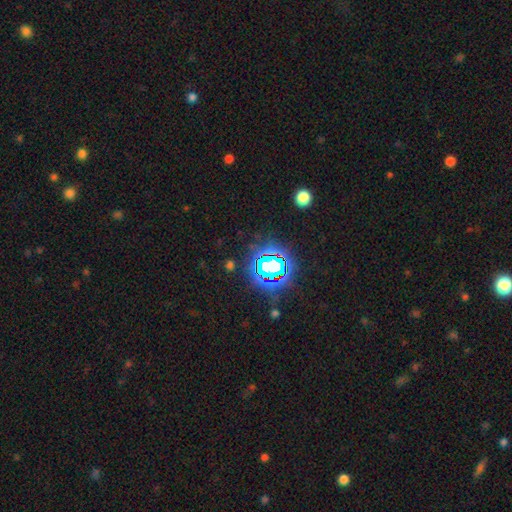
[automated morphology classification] Q: Smooth or featured?
A: star or artifact (82%); runner-up: smooth (11%)